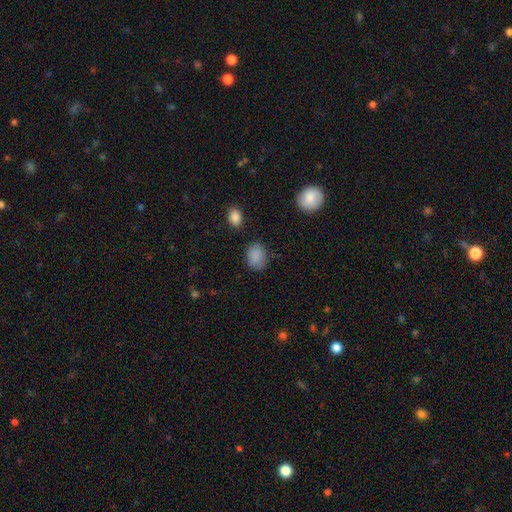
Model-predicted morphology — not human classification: smooth-or-featured: smooth: 87% | star or artifact: 9% | featured or disk: 4%
  how-rounded: in between: 59% | round: 40% | cigar-shaped: 1%
  merging: none: 77% | minor disturbance: 17% | major disturbance: 4% | merger: 3%